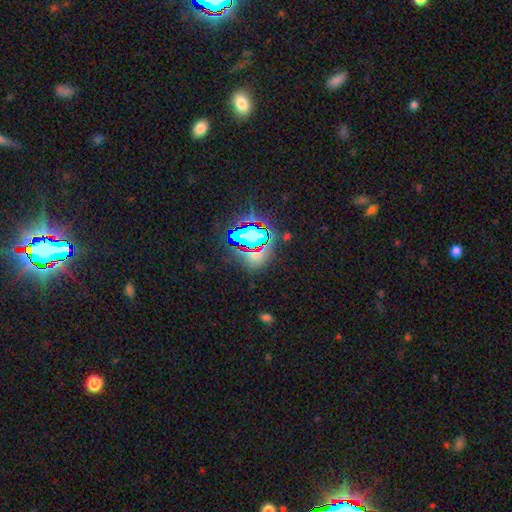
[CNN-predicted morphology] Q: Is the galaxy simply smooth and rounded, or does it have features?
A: star or artifact — 62%.